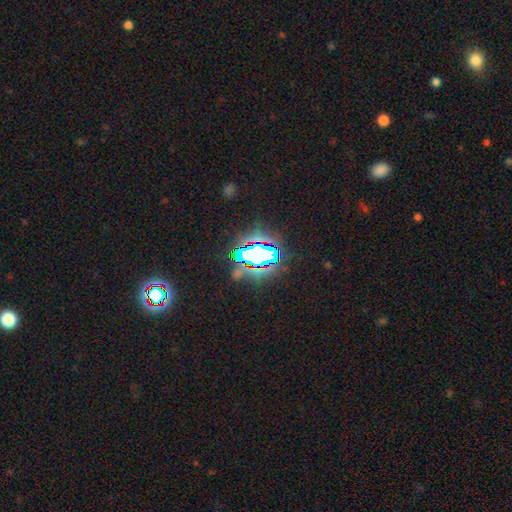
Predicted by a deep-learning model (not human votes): Morphology: type=star or artifact (68%).